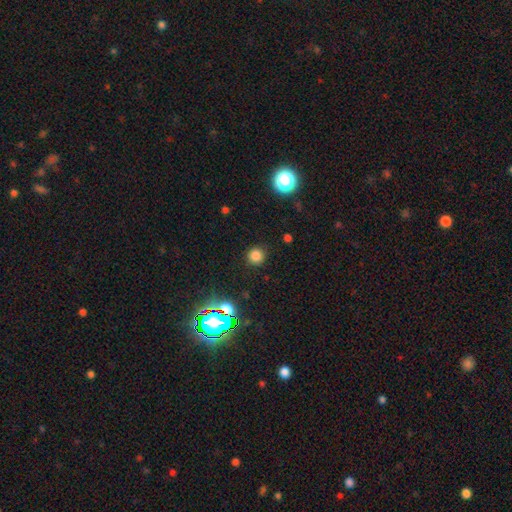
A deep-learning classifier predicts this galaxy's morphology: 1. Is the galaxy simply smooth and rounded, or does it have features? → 78% smooth, 18% star or artifact, 4% featured or disk.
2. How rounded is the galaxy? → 92% round, 7% in between, 1% cigar-shaped.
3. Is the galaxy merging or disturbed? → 87% none, 8% minor disturbance, 3% major disturbance, 1% merger.